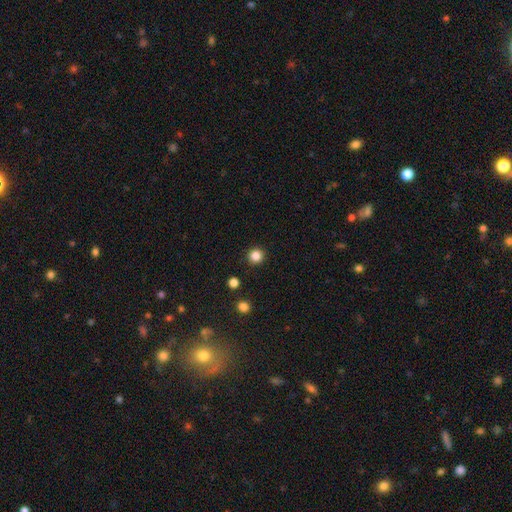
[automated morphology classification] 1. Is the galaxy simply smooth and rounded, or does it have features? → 84% smooth, 12% star or artifact, 4% featured or disk.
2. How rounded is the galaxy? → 95% round, 4% in between, 1% cigar-shaped.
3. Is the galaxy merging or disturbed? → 92% none, 4% minor disturbance, 2% major disturbance, 1% merger.